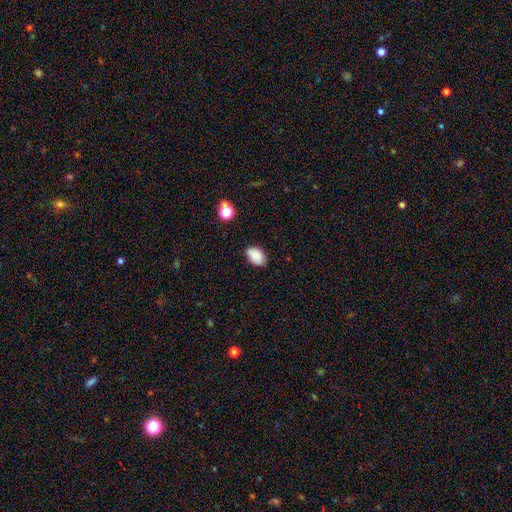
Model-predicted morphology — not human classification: Overall: smooth (84%). How rounded: in between (89%). Merging: none (80%).